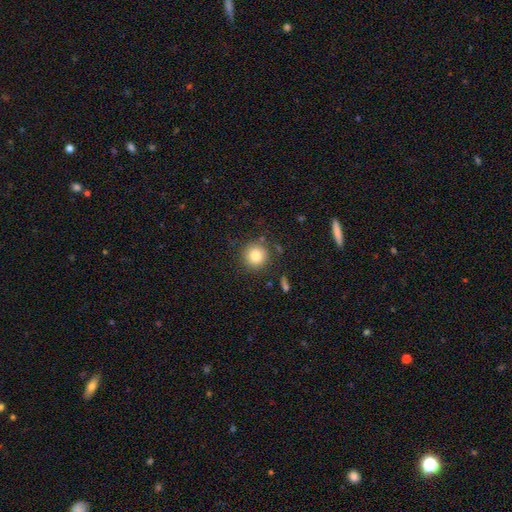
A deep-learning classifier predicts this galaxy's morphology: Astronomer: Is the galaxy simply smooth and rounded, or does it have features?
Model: smooth — 82%.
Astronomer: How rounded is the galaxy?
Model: round — 93%.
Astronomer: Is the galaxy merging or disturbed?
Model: none — 85%.